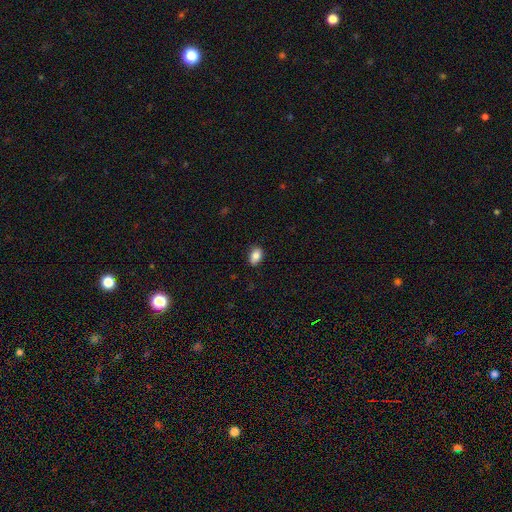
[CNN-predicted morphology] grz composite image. It shows a smooth galaxy with no disk features (85%) that is in between round and cigar-shaped (82%). Merging: none (84%).